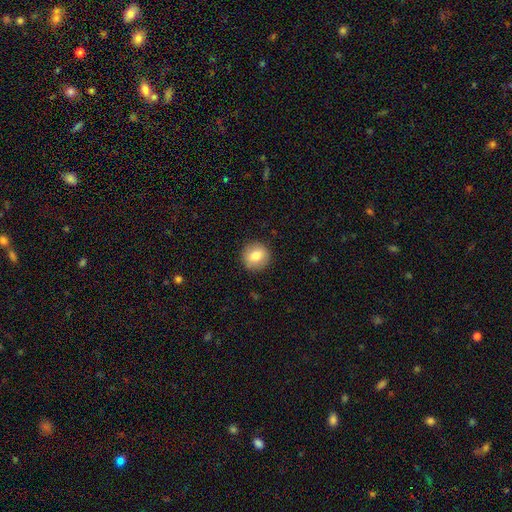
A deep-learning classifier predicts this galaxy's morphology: Overall: smooth (79%). How rounded: round (91%). Merging: none (90%).